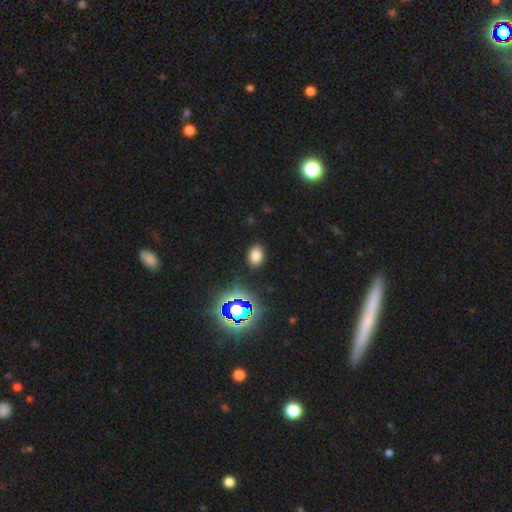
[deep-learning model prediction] Smooth or featured? Predicted: smooth (p=0.74). How rounded? Predicted: in between (p=0.72). Merging? Predicted: none (p=0.87).